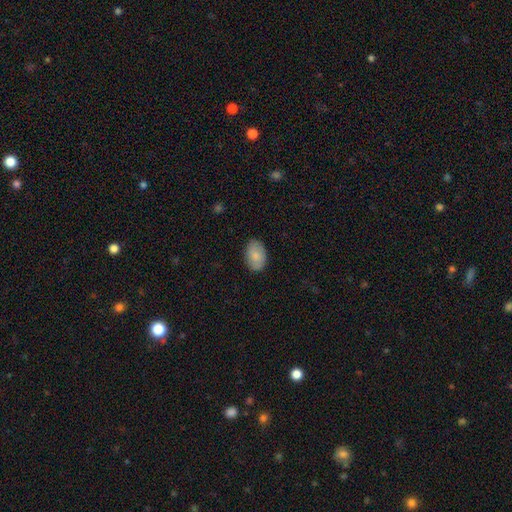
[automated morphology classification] type=smooth (84%); roundness=in between (88%); merging=none (85%).